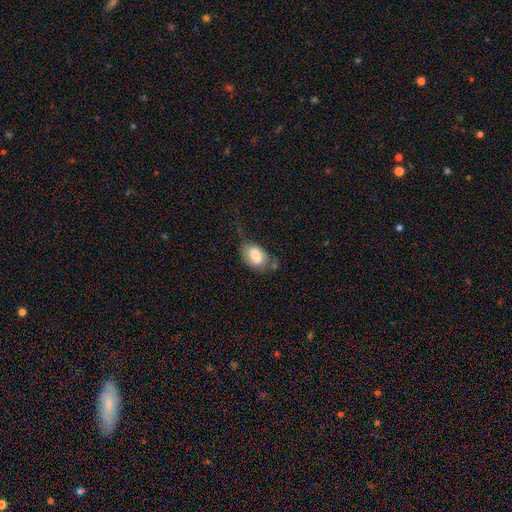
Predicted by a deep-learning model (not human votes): Smooth or featured? Predicted: smooth (p=0.77). How rounded? Predicted: in between (p=0.82). Merging? Predicted: minor disturbance (p=0.34).